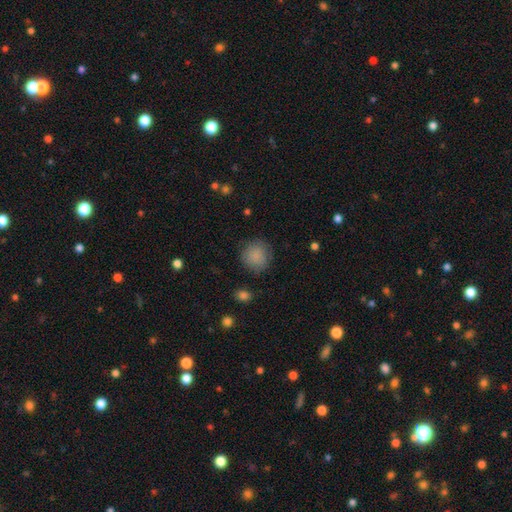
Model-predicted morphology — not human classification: The model was most divided on "merging": none: 81%, minor disturbance: 13%, major disturbance: 5%, merger: 2%. More confident: how rounded — round (90%); smooth or featured — smooth (86%).